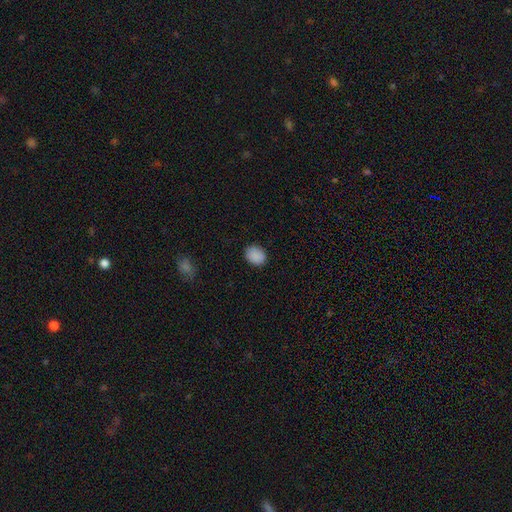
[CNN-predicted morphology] smooth_or_featured: smooth (p=0.88) [alt: star or artifact p=0.09]
how_rounded: in between (p=0.50) [alt: round p=0.49]
merging: none (p=0.86) [alt: minor disturbance p=0.11]